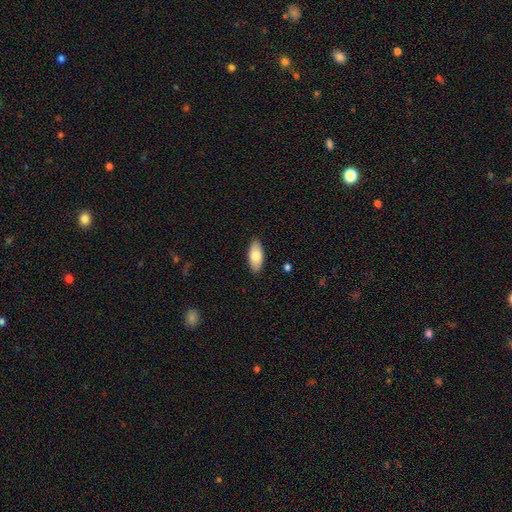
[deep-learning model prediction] A smooth galaxy with no disk features (80%) that is in between round and cigar-shaped (89%).

Vote fractions:
- Smooth or featured? smooth: 80% / featured or disk: 14% / star or artifact: 6%
- How rounded? in between: 89% / cigar-shaped: 9% / round: 2%
- Merging? none: 89% / minor disturbance: 8% / major disturbance: 2% / merger: 1%